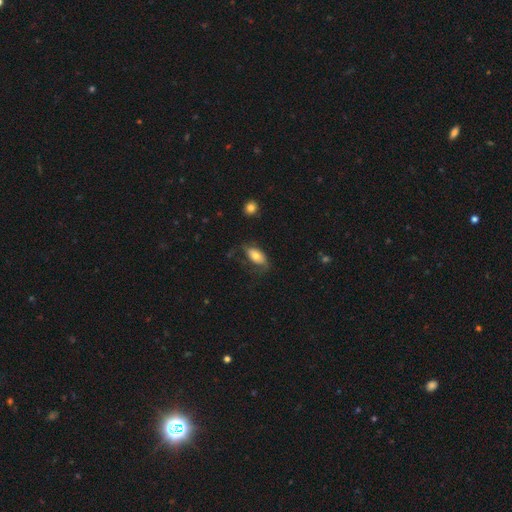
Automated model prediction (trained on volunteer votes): A smooth galaxy with no disk features (70%) that is in between round and cigar-shaped (91%).

Vote fractions:
- Smooth or featured? smooth: 70% / featured or disk: 23% / star or artifact: 7%
- How rounded? in between: 91% / cigar-shaped: 5% / round: 4%
- Merging? none: 49% / minor disturbance: 27% / major disturbance: 22% / merger: 2%